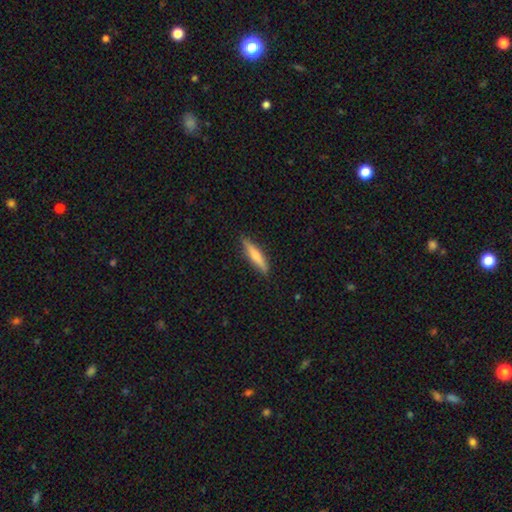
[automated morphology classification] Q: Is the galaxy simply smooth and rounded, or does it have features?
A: smooth — 68%.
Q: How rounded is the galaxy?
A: cigar-shaped — 86%.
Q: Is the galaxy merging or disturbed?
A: none — 87%.